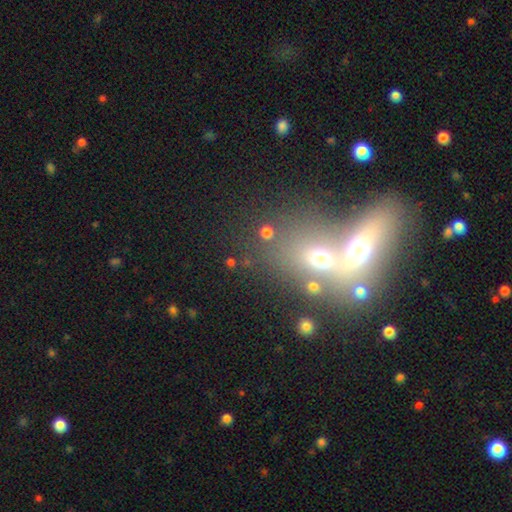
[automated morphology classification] A smooth galaxy with no disk features (50%) that is in between round and cigar-shaped (56%).

Vote fractions:
- Smooth or featured? smooth: 50% / featured or disk: 30% / star or artifact: 20%
- How rounded? in between: 56% / round: 35% / cigar-shaped: 9%
- Merging? merger: 72% / none: 17% / major disturbance: 6% / minor disturbance: 5%